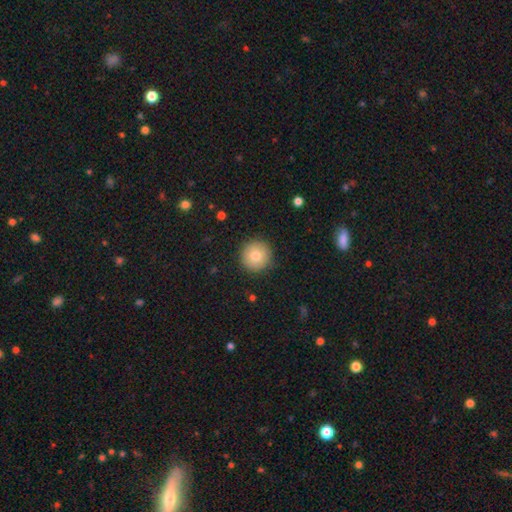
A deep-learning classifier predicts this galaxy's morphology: This is likely a smooth galaxy (78%). How rounded: clearly round (95%). Merging: clearly none (90%).